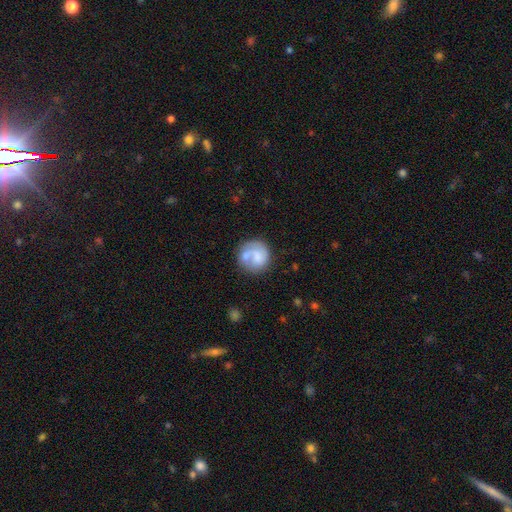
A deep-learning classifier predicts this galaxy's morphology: A smooth galaxy with no disk features (52%) that is round (84%). Merging: none (54%).